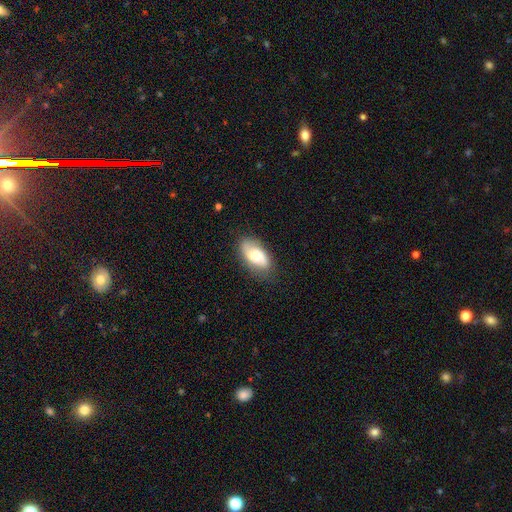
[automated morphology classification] This is possibly a smooth galaxy (51%). How rounded: clearly in between (92%). Merging: likely none (78%).